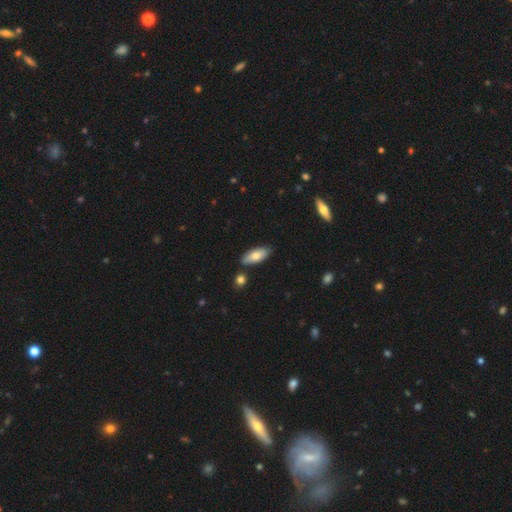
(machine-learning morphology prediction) Overall: smooth (75%). How rounded: in between (82%). Merging: none (82%).